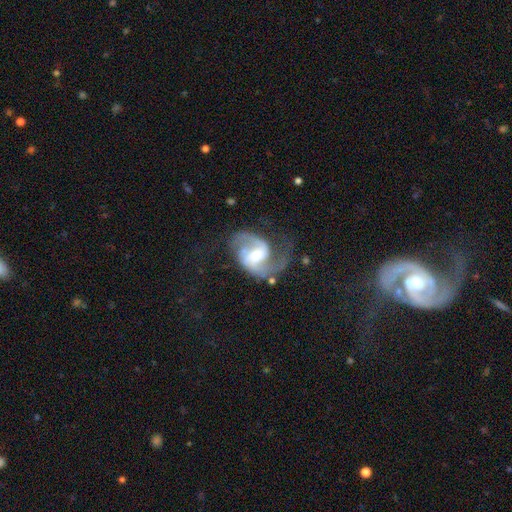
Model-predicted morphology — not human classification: This is clearly a featured or disk galaxy (89%). It is clearly not viewed edge-on (98%). Bar: possibly weak (50%). Spiral arm pattern: clearly yes (97%). Spiral arm count: clearly 2 (88%). Spiral winding: possibly medium (53%). Central bulge: likely moderate (66%). Merging: possibly none (59%).